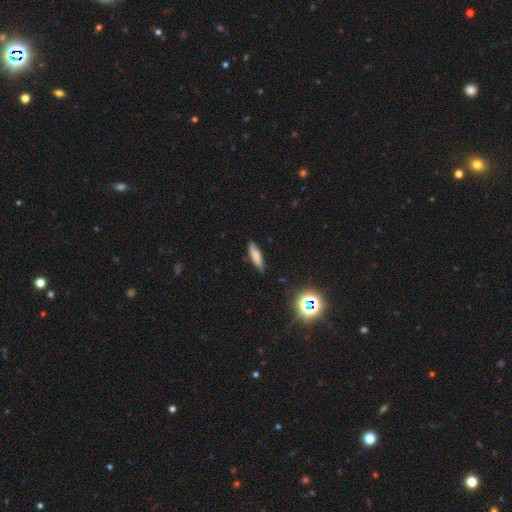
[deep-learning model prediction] Morphology: type=smooth (74%); roundness=cigar-shaped (63%); merging=none (82%).